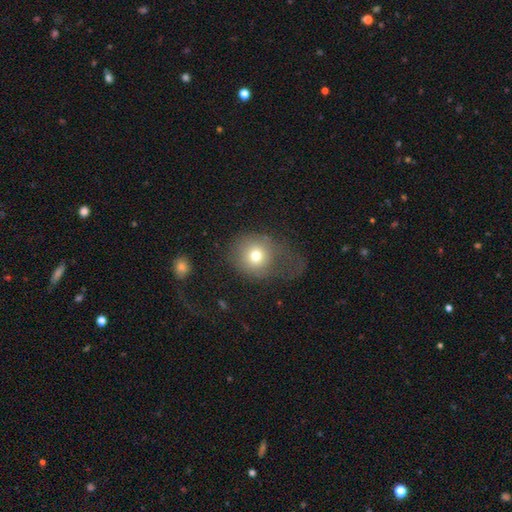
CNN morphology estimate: Smooth or featured? Predicted: smooth (p=0.73). How rounded? Predicted: round (p=0.76). Merging? Predicted: major disturbance (p=0.42).